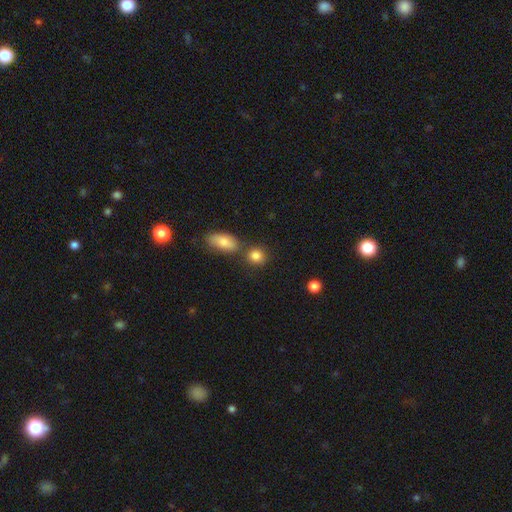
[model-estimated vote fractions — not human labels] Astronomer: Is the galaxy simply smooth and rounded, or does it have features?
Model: smooth — 84%.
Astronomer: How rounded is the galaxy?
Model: round — 72%.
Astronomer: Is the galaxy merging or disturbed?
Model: none — 66%.